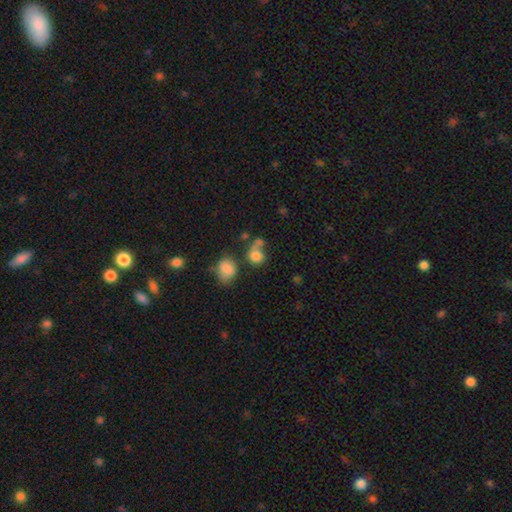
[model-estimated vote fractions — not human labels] Smooth or featured? smooth (79%)
How rounded? round (69%)
Merging? none (45%)